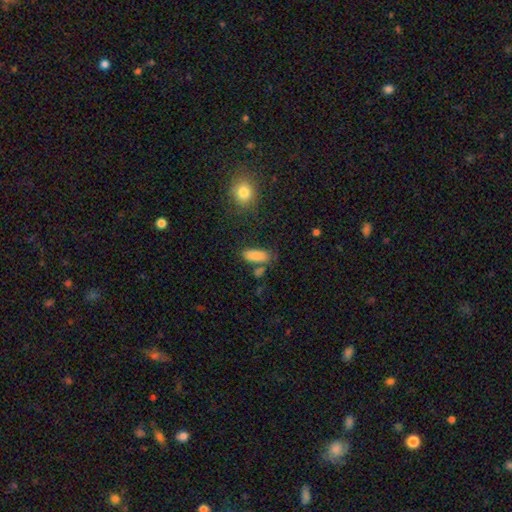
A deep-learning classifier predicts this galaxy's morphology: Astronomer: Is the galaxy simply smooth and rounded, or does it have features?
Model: smooth — 85%.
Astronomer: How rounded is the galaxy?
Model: in between — 79%.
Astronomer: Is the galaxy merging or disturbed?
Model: none — 68%.